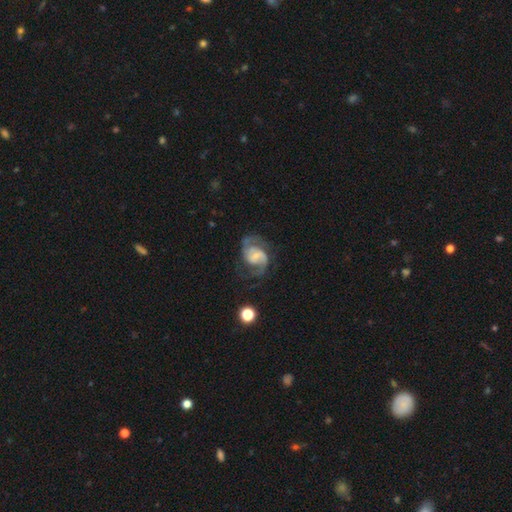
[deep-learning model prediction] A featured or disk galaxy (85%) with a weak bar (47%), 2 (88%) medium (55%) spiral arms (95%) and a small central bulge (55%). Merging: none (64%).